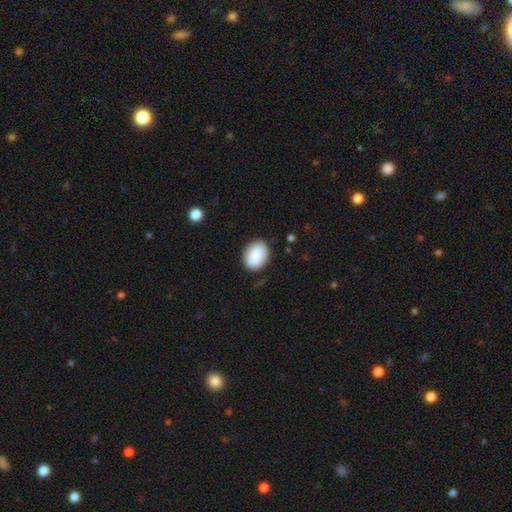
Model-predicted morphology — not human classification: Smooth or featured?
  - smooth: 85% *
  - featured or disk: 9%
  - star or artifact: 7%
How rounded?
  - in between: 61% *
  - round: 39%
  - cigar-shaped: 1%
Merging?
  - none: 83% *
  - minor disturbance: 12%
  - major disturbance: 3%
  - merger: 2%